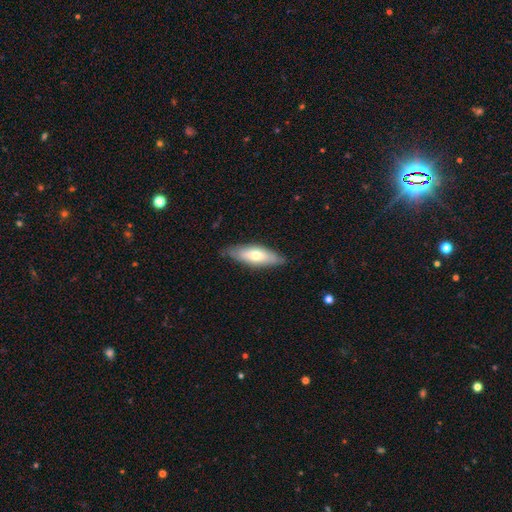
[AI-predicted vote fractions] Overall: smooth (59%; featured or disk 35%). How rounded: in between (55%; cigar-shaped 43%). Merging: none (81%).